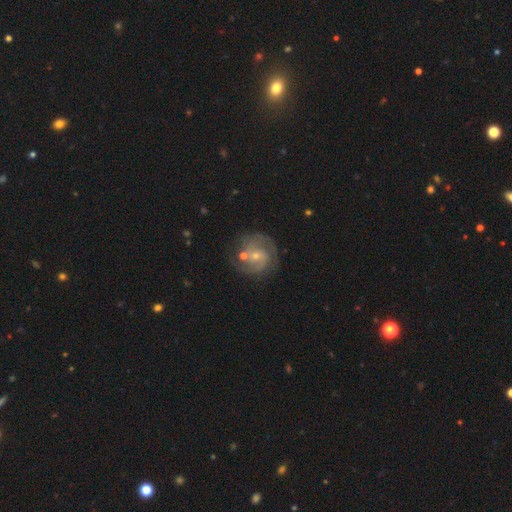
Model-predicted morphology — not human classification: A featured or disk galaxy (81%) with no bar (54%), 2 (59%) medium (44%) spiral arms (94%) and a small central bulge (65%).

Vote fractions:
- Smooth or featured? featured or disk: 81% / smooth: 11% / star or artifact: 8%
- Edge-on disk? no: 98% / yes: 2%
- Bar? no: 54% / weak: 39% / strong: 7%
- Spiral arms? yes: 94% / no: 6%
- Spiral winding? medium: 44% / tight: 43% / loose: 13%
- Spiral arm count? 2: 59% / can't tell: 16% / 3: 13% / 1: 5% / 4: 4% / more than 4: 3%
- Bulge size? small: 65% / moderate: 30% / none: 3% / large: 1% / dominant: 1%
- Merging? none: 69% / minor disturbance: 14% / merger: 10% / major disturbance: 7%